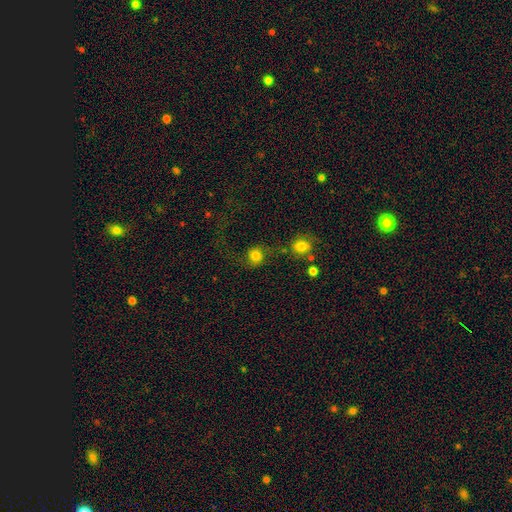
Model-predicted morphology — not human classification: smooth-or-featured: smooth: 72% | featured or disk: 14% | star or artifact: 14%
  how-rounded: round: 85% | in between: 14% | cigar-shaped: 1%
  merging: none: 50% | merger: 18% | major disturbance: 17% | minor disturbance: 15%